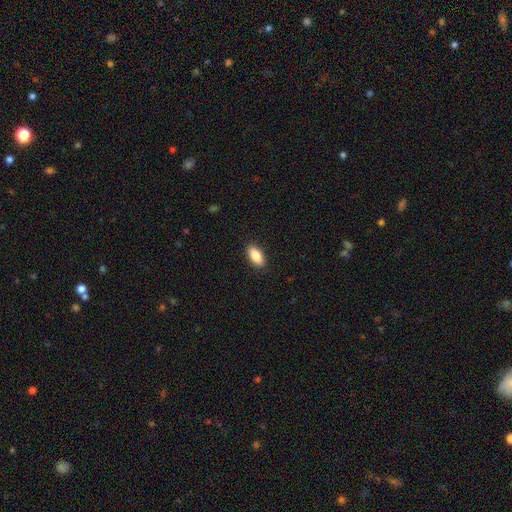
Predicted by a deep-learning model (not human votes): Smooth or featured? smooth (87%)
How rounded? in between (91%)
Merging? none (90%)